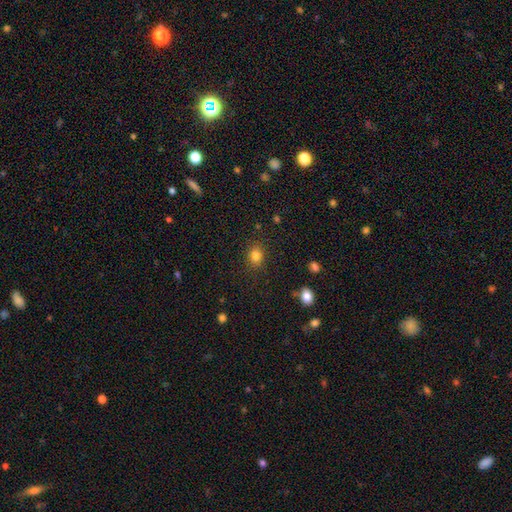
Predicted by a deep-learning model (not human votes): Smooth or featured? smooth (83%)
How rounded? round (51%)
Merging? none (86%)